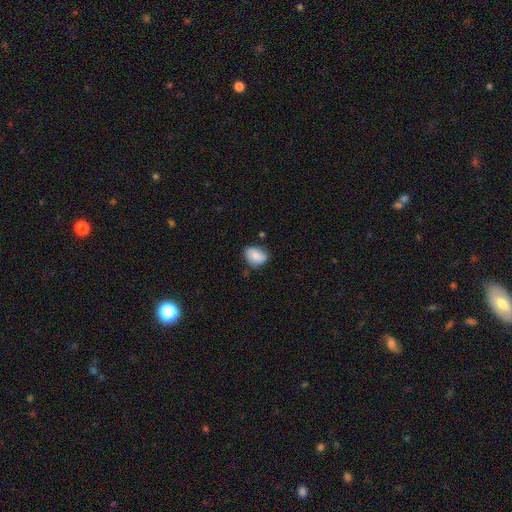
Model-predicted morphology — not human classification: smooth-or-featured: smooth: 77% | featured or disk: 16% | star or artifact: 8%
  how-rounded: in between: 69% | round: 30% | cigar-shaped: 1%
  merging: none: 69% | minor disturbance: 23% | major disturbance: 4% | merger: 3%